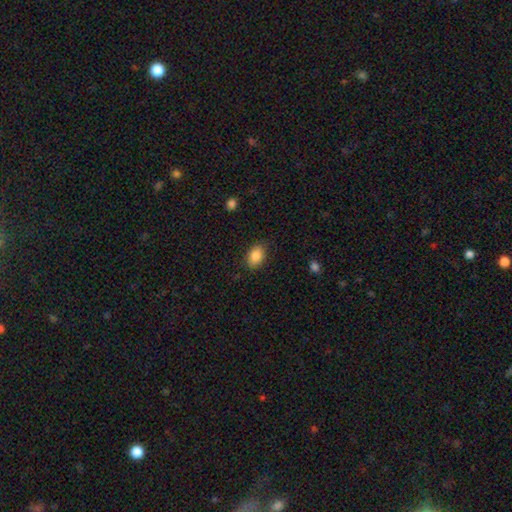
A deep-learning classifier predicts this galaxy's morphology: smooth 87%, star or artifact 8%, featured or disk 5%. Down the decision tree: how rounded — in between (85%); merging — none (83%).